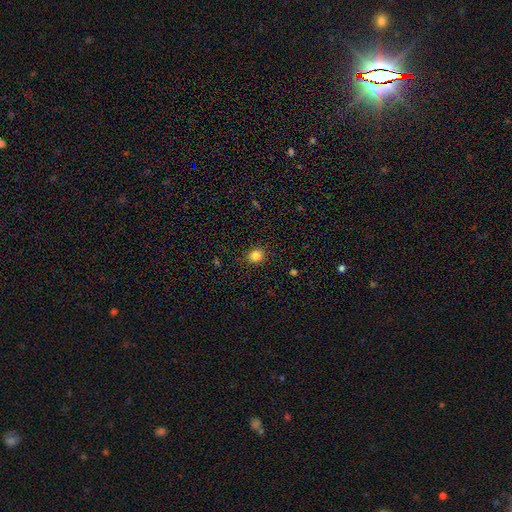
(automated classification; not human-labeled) Smooth or featured?
  - smooth: 84% *
  - star or artifact: 12%
  - featured or disk: 4%
How rounded?
  - round: 77% *
  - in between: 23%
  - cigar-shaped: 1%
Merging?
  - none: 89% *
  - minor disturbance: 8%
  - major disturbance: 2%
  - merger: 1%